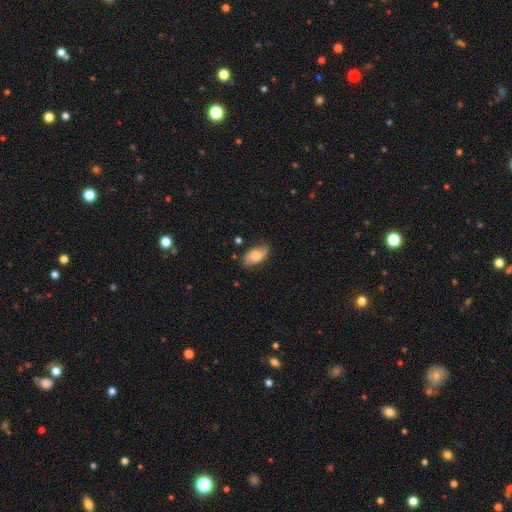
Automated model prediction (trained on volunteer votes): A smooth galaxy with no disk features (57%) that is in between round and cigar-shaped (92%). Merging: none (77%).